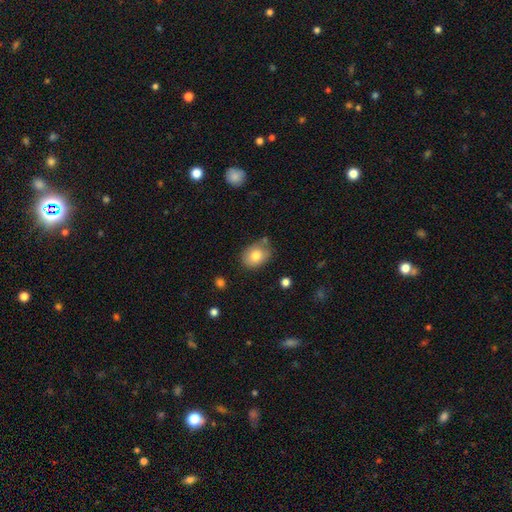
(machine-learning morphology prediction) Smooth or featured: smooth — 79% (featured or disk — 13%)
How rounded: in between — 71% (round — 28%)
Merging: none — 71% (minor disturbance — 19%)